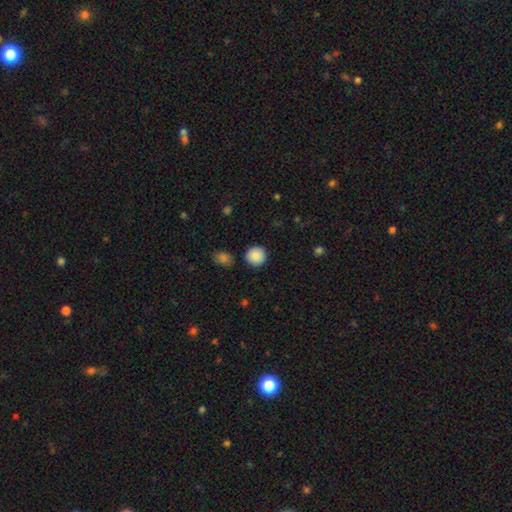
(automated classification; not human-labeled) Smooth or featured: smooth — 88% (star or artifact — 8%)
How rounded: round — 94% (in between — 5%)
Merging: none — 89% (minor disturbance — 7%)